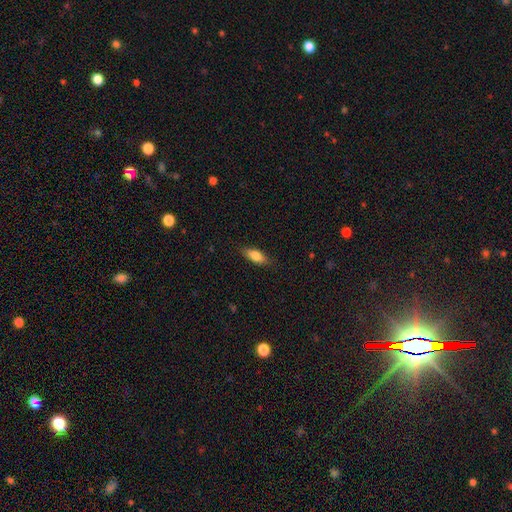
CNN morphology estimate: Smooth or featured? Predicted: smooth (p=0.78). How rounded? Predicted: in between (p=0.67). Merging? Predicted: none (p=0.84).